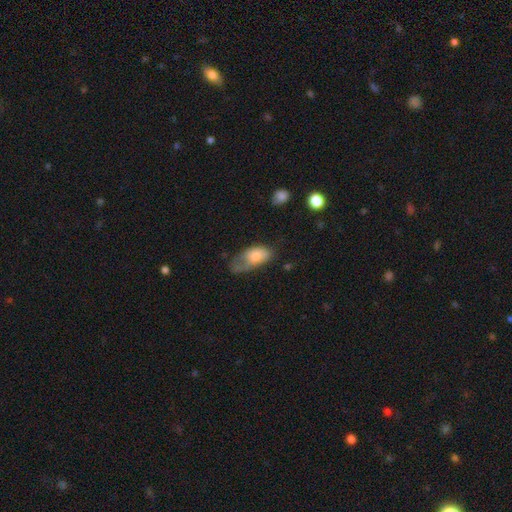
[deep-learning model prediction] A smooth galaxy with no disk features (68%) that is in between round and cigar-shaped (90%).

Vote fractions:
- Smooth or featured? smooth: 68% / featured or disk: 25% / star or artifact: 7%
- How rounded? in between: 90% / cigar-shaped: 5% / round: 5%
- Merging? major disturbance: 41% / minor disturbance: 32% / none: 24% / merger: 3%